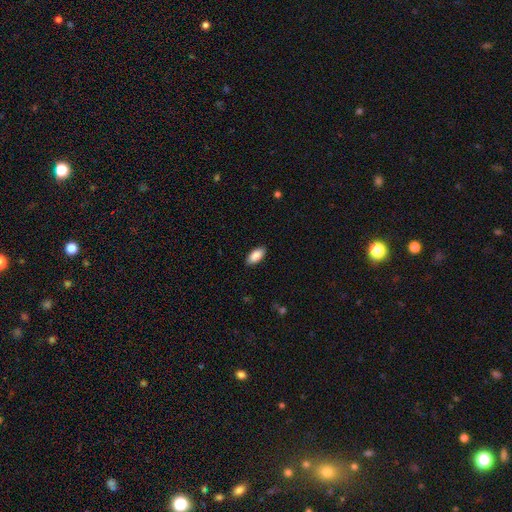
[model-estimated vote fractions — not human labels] Q: Smooth or featured?
A: smooth (88%); runner-up: star or artifact (6%)
Q: How rounded?
A: in between (92%); runner-up: cigar-shaped (6%)
Q: Merging?
A: none (88%); runner-up: minor disturbance (9%)